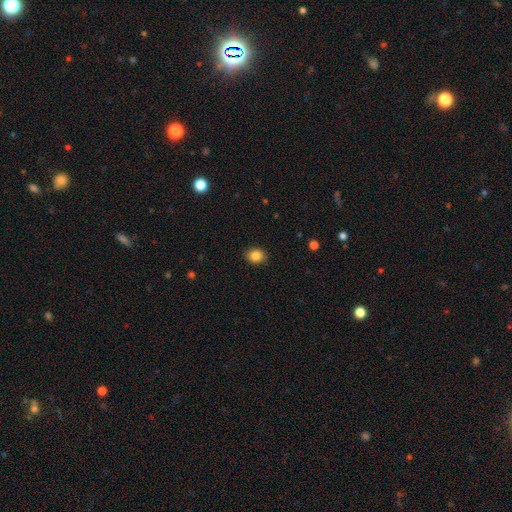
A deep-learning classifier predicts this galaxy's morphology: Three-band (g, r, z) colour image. It shows a smooth galaxy with no disk features (86%) that is round (53%). Merging: none (89%).